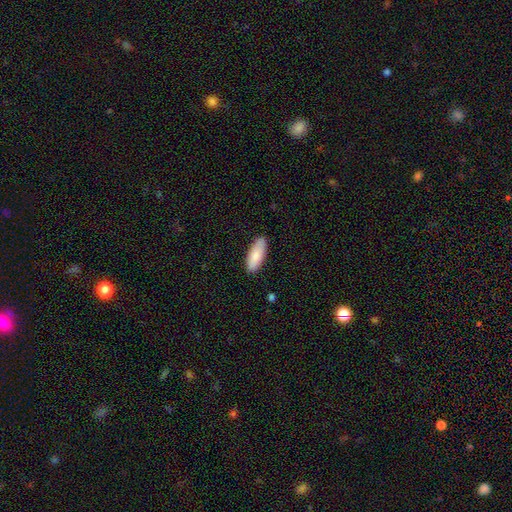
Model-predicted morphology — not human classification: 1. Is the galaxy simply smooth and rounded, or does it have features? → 86% smooth, 9% featured or disk, 5% star or artifact.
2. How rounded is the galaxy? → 75% in between, 23% cigar-shaped, 2% round.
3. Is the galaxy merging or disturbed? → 86% none, 11% minor disturbance, 2% major disturbance, 1% merger.